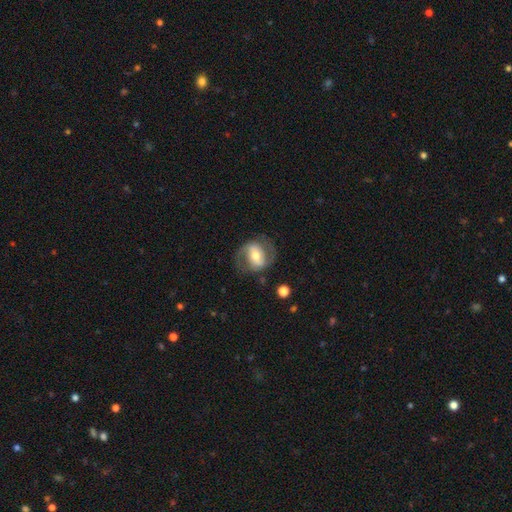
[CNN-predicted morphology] smooth_or_featured: featured or disk (p=0.72) [alt: smooth p=0.22]
disk_edge_on: no (p=0.96) [alt: yes p=0.04]
bar: strong (p=0.43) [alt: weak p=0.35]
has_spiral_arms: yes (p=0.85) [alt: no p=0.15]
spiral_winding: medium (p=0.50) [alt: loose p=0.27]
spiral_arm_count: 2 (p=0.87) [alt: can't tell p=0.07]
bulge_size: moderate (p=0.63) [alt: small p=0.25]
merging: none (p=0.72) [alt: minor disturbance p=0.16]